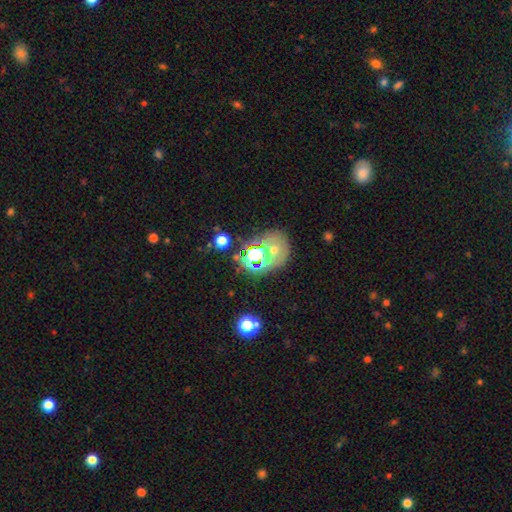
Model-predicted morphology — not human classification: Overall: star or artifact (42%; smooth 36%).